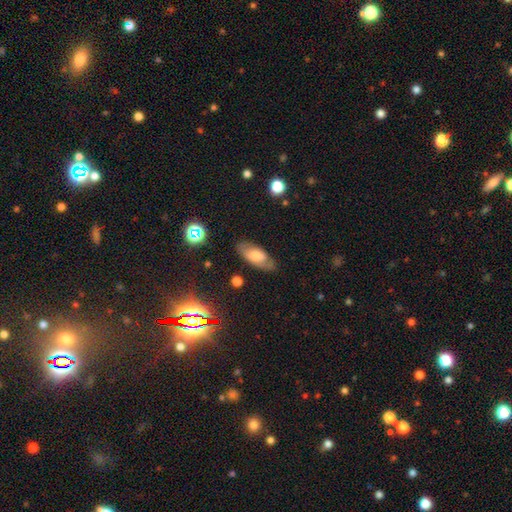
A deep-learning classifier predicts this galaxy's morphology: A smooth galaxy with no disk features (61%) that is in between round and cigar-shaped (83%). Merging: none (74%).